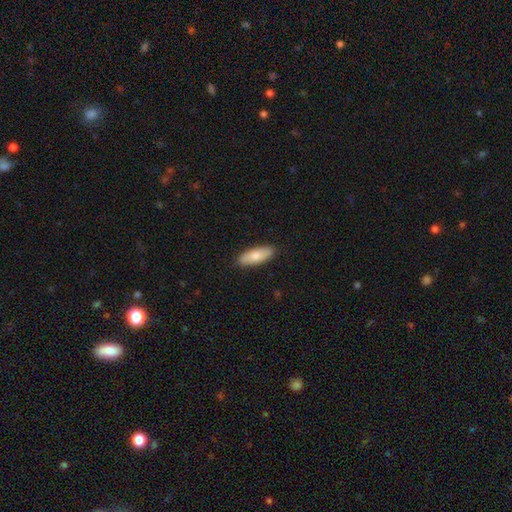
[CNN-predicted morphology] Q: Smooth or featured?
A: smooth (79%); runner-up: featured or disk (16%)
Q: How rounded?
A: in between (68%); runner-up: cigar-shaped (30%)
Q: Merging?
A: none (89%); runner-up: minor disturbance (9%)